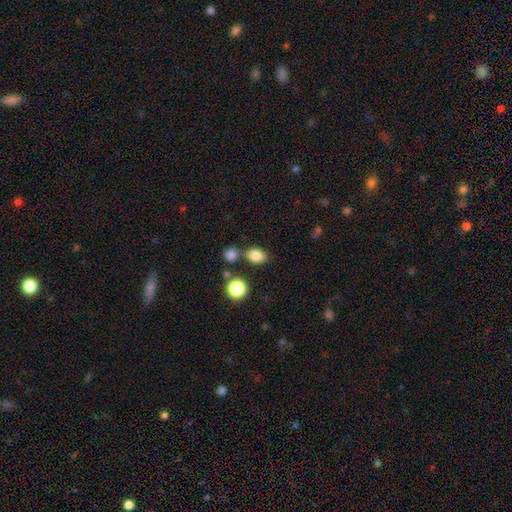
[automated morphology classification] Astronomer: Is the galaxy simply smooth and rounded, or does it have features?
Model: smooth — 83%.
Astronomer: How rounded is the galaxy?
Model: in between — 69%.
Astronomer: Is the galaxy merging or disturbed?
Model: none — 68%.